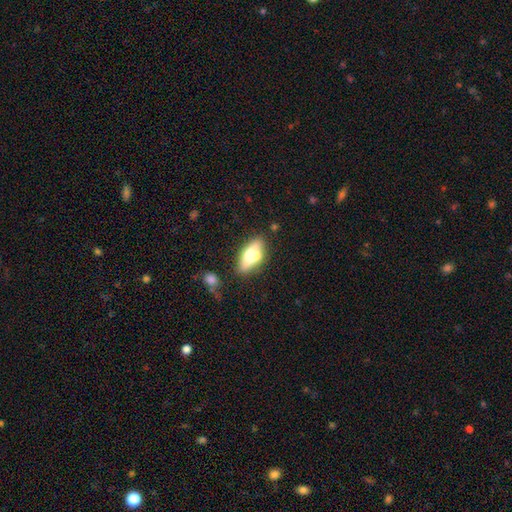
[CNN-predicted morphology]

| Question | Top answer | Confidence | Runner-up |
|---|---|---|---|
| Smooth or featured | smooth | 58% | featured or disk (35%) |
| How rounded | in between | 78% | cigar-shaped (18%) |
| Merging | none | 70% | minor disturbance (17%) |